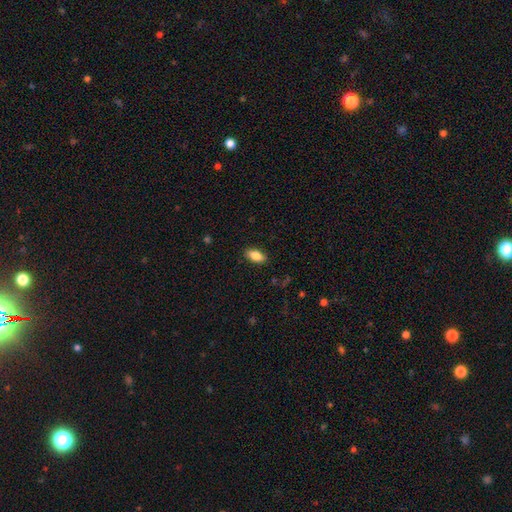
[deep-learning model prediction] The model was most divided on "merging": none: 87%, minor disturbance: 9%, major disturbance: 2%, merger: 1%. More confident: how rounded — in between (89%); smooth or featured — smooth (86%).